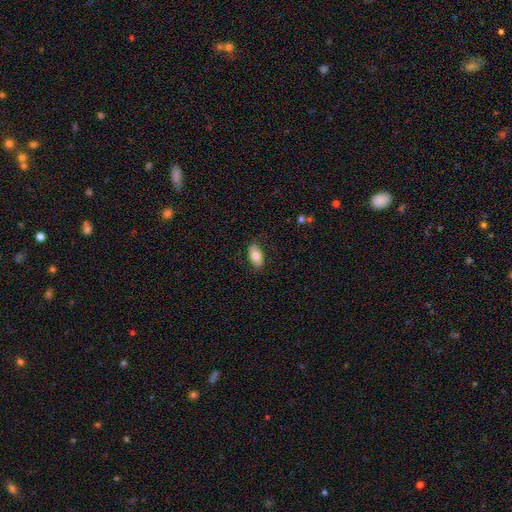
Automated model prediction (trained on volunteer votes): Q: Smooth or featured?
A: smooth (71%); runner-up: featured or disk (22%)
Q: How rounded?
A: in between (92%); runner-up: round (5%)
Q: Merging?
A: none (82%); runner-up: minor disturbance (14%)